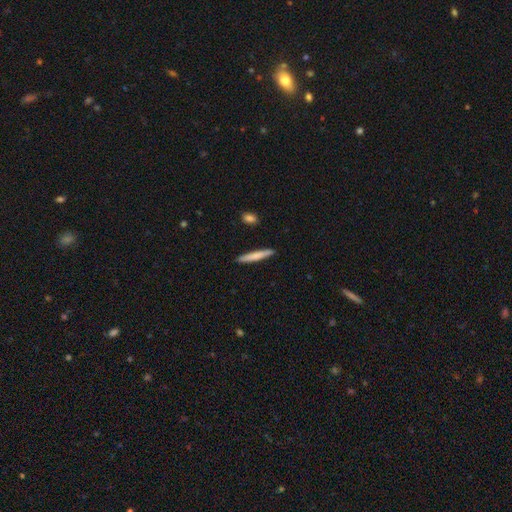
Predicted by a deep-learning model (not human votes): This appears to be a smooth galaxy with no disk features (74%) that is cigar-shaped (95%). Merging: none (90%).